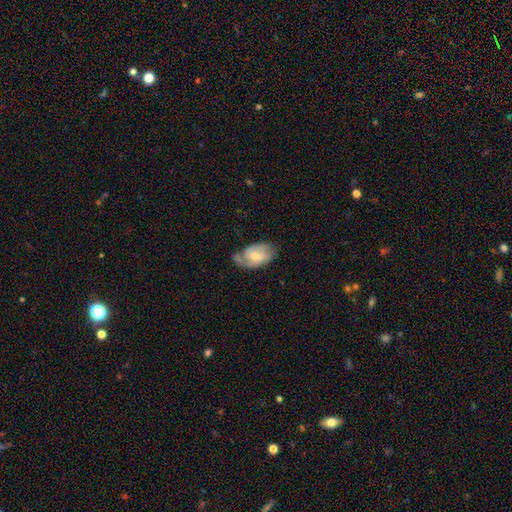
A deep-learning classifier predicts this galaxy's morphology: A featured or disk galaxy (75%) with a weak bar (45%), 2 (66%) medium (44%) spiral arms (93%) and a small central bulge (54%). Merging: none (61%).